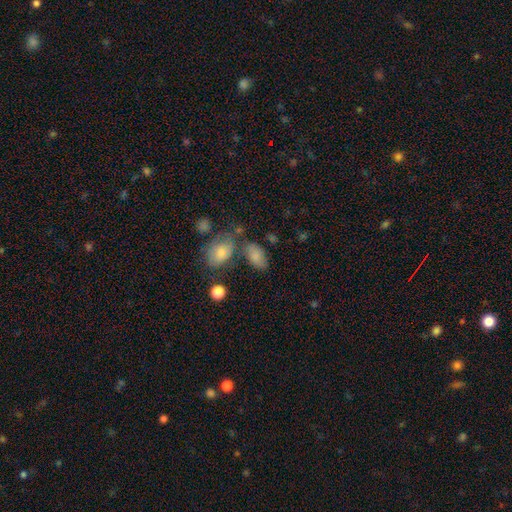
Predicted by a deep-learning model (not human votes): Smooth or featured?
  - smooth: 80% *
  - featured or disk: 11%
  - star or artifact: 9%
How rounded?
  - in between: 91% *
  - round: 7%
  - cigar-shaped: 2%
Merging?
  - none: 55% *
  - minor disturbance: 20%
  - merger: 16%
  - major disturbance: 8%